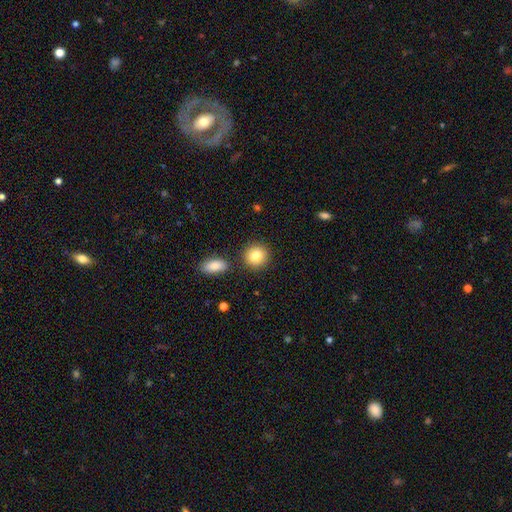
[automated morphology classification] smooth 83%, star or artifact 9%, featured or disk 8%. Down the decision tree: how rounded — round (88%); merging — none (84%).